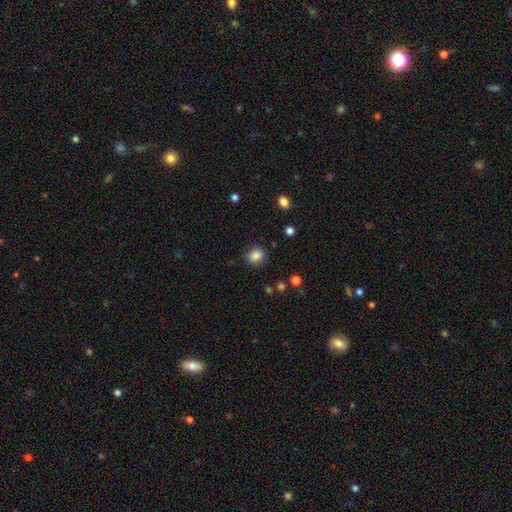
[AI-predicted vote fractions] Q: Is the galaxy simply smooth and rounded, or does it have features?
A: smooth — 84%.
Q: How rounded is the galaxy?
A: round — 65%.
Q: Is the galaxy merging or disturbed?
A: none — 85%.